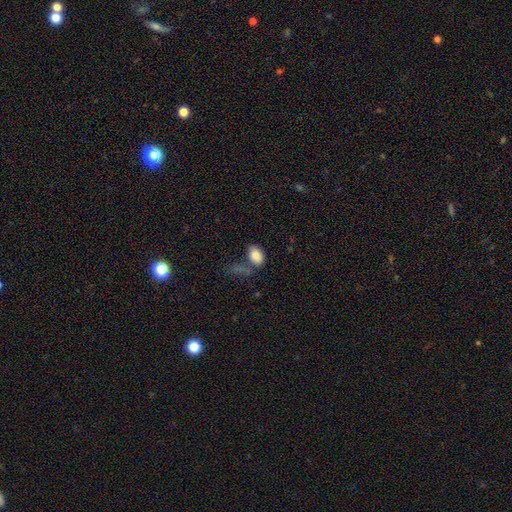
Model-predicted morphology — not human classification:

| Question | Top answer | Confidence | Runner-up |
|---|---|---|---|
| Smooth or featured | smooth | 86% | star or artifact (8%) |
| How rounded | in between | 89% | round (9%) |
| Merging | none | 49% | merger (21%) |